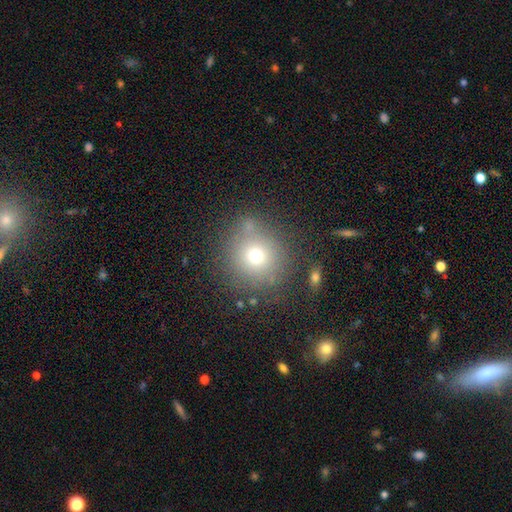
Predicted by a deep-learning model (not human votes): Q: Smooth or featured?
A: smooth (70%); runner-up: star or artifact (17%)
Q: How rounded?
A: round (92%); runner-up: in between (7%)
Q: Merging?
A: none (78%); runner-up: minor disturbance (12%)